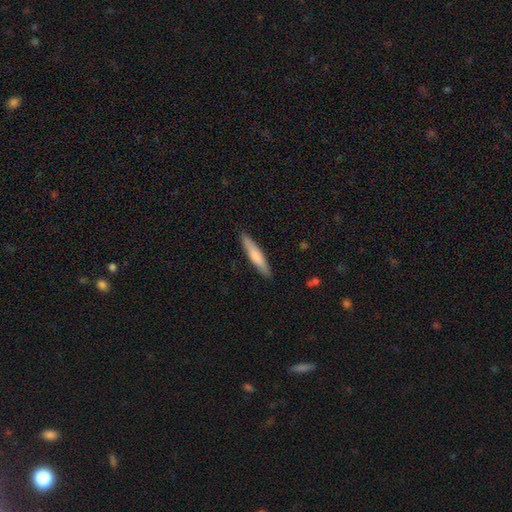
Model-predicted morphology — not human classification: smooth_or_featured: smooth (p=0.70) [alt: featured or disk p=0.24]
how_rounded: cigar-shaped (p=0.89) [alt: in between p=0.10]
merging: none (p=0.89) [alt: minor disturbance p=0.08]